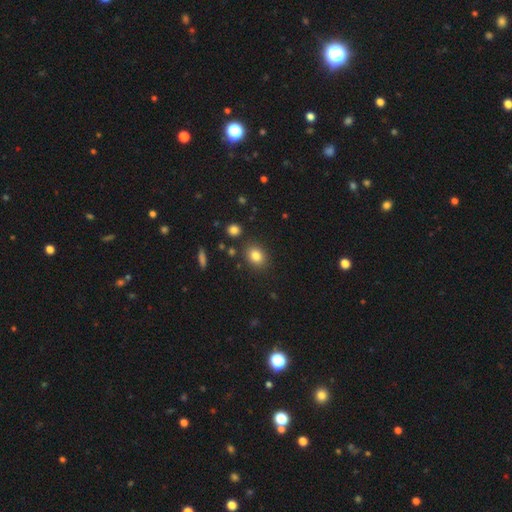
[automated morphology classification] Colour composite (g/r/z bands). It shows a smooth galaxy with no disk features (83%) that is in between round and cigar-shaped (55%). Merging: none (85%).